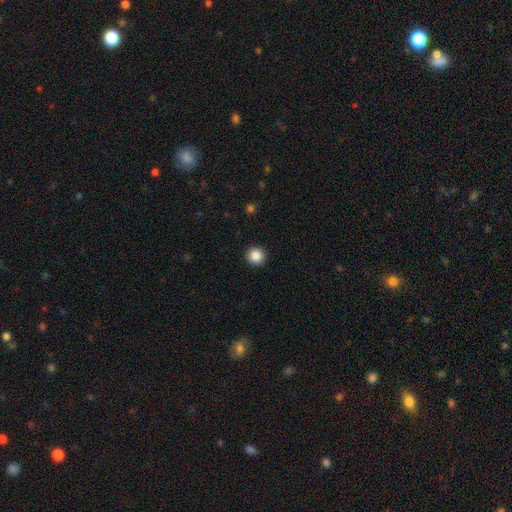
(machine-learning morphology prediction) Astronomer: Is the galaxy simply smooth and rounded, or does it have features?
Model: smooth — 87%.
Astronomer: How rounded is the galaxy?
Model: round — 95%.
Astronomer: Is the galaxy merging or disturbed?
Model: none — 93%.